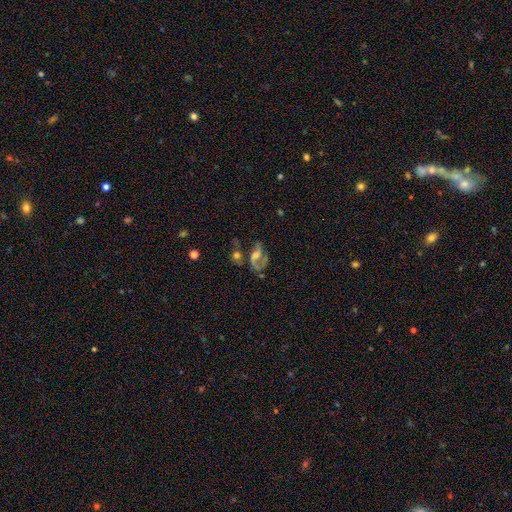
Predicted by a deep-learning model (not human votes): A featured or disk galaxy (64%) with no bar (61%), spiral arms (71%) and a moderate central bulge (47%). Merging: major disturbance (33%).